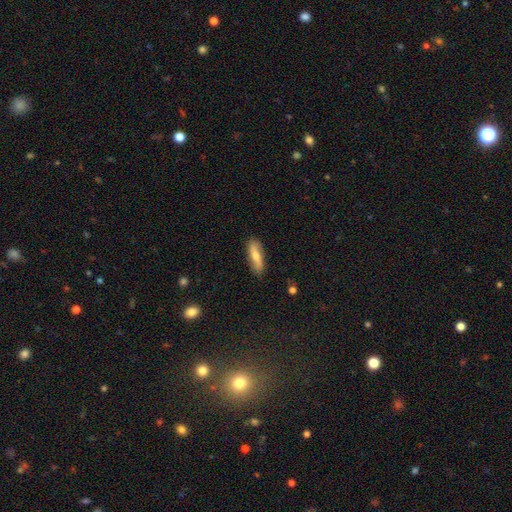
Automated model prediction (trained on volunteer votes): Q: Smooth or featured?
A: smooth (66%); runner-up: featured or disk (28%)
Q: How rounded?
A: cigar-shaped (61%); runner-up: in between (37%)
Q: Merging?
A: none (83%); runner-up: minor disturbance (13%)